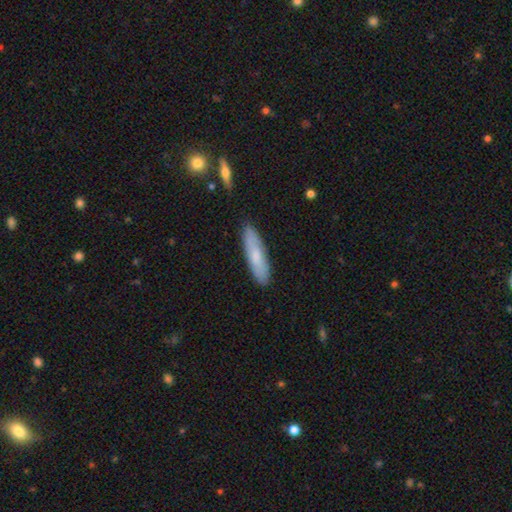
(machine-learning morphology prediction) A smooth galaxy with no disk features (71%) that is cigar-shaped (73%). Merging: none (86%).